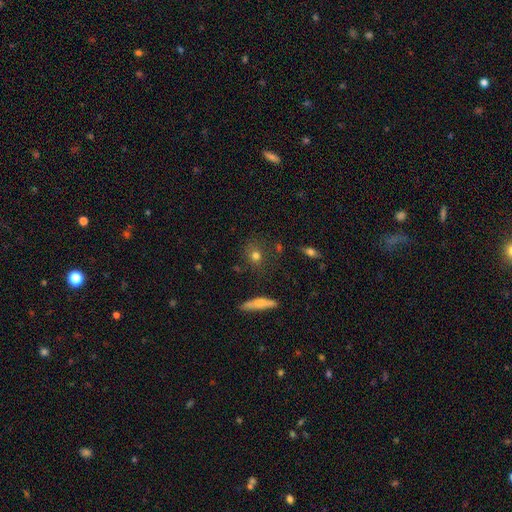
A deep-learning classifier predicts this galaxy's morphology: smooth_or_featured: smooth (p=0.74) [alt: star or artifact p=0.13]
how_rounded: round (p=0.72) [alt: in between p=0.24]
merging: none (p=0.77) [alt: minor disturbance p=0.14]